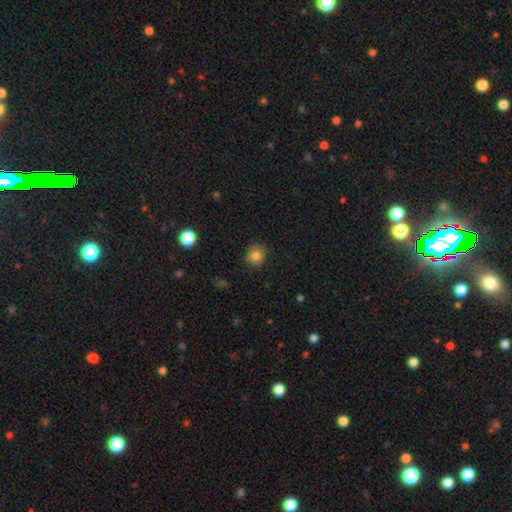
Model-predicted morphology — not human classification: This appears to be a smooth galaxy with no disk features (83%) that is round (86%). Merging: none (84%).